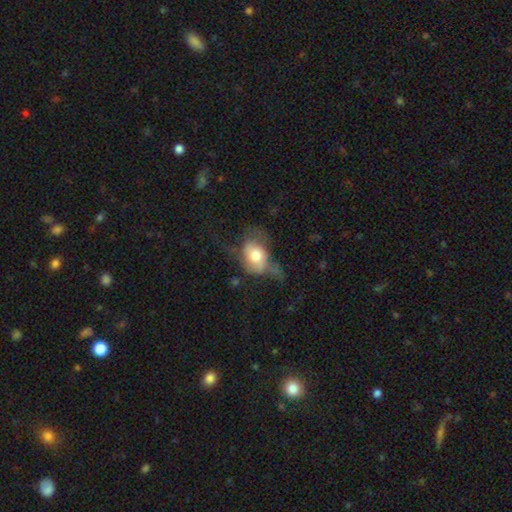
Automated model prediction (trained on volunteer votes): The model was most divided on "smooth or featured": smooth: 57%, featured or disk: 35%, star or artifact: 8%. Remaining: how rounded — in between (69%); merging — major disturbance (47%).